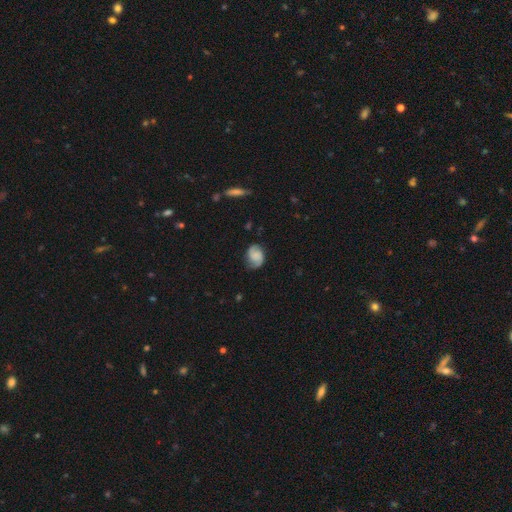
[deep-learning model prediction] This appears to be a featured or disk galaxy (69%) with no bar (60%), 2 (89%) medium (46%) spiral arms (95%) and no central bulge (52%). Merging: none (75%).